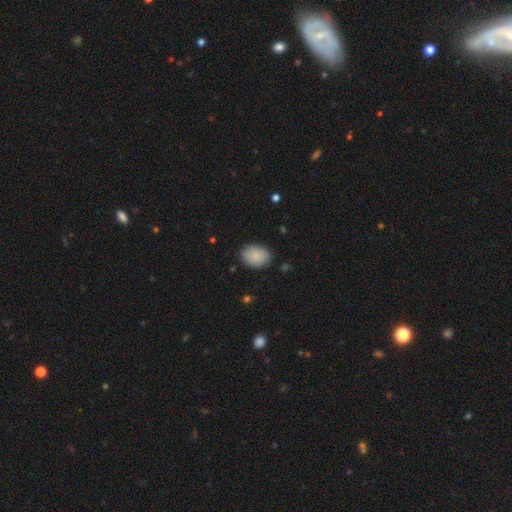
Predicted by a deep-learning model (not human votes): Q: Smooth or featured?
A: smooth (87%); runner-up: star or artifact (6%)
Q: How rounded?
A: in between (74%); runner-up: round (25%)
Q: Merging?
A: none (85%); runner-up: minor disturbance (11%)